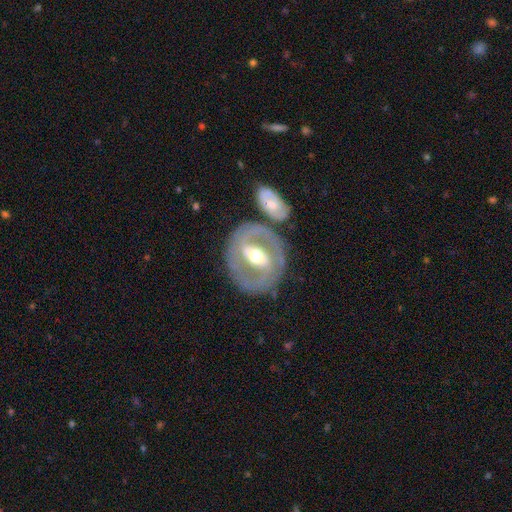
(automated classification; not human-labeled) smooth-or-featured: featured or disk: 80% | smooth: 16% | star or artifact: 5%
  disk-edge-on: no: 95% | yes: 5%
    bar: strong: 42% | weak: 38% | no: 20%
    has-spiral-arms: yes: 71% | no: 29%
      spiral-winding: tight: 45% | medium: 41% | loose: 14%
      spiral-arm-count: 2: 80% | can't tell: 10% | 1: 4% | 3: 3% | 4: 1% | more than 4: 1%
    bulge-size: moderate: 75% | small: 14% | large: 10% | dominant: 1% | none: 1%
  merging: none: 73% | minor disturbance: 13% | merger: 8% | major disturbance: 6%